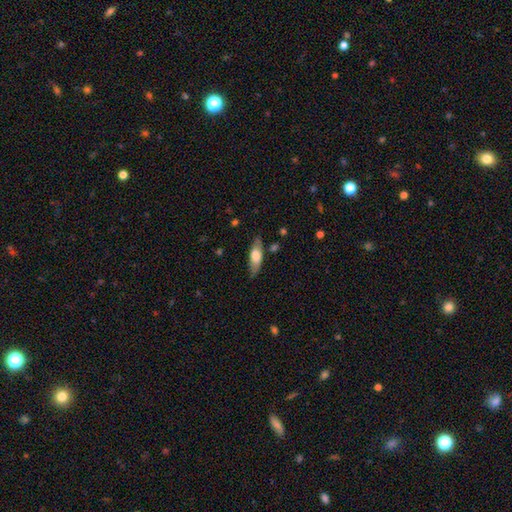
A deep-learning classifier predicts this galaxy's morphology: A smooth galaxy with no disk features (63%) that is in between round and cigar-shaped (60%).

Vote fractions:
- Smooth or featured? smooth: 63% / featured or disk: 31% / star or artifact: 6%
- How rounded? in between: 60% / cigar-shaped: 38% / round: 2%
- Merging? none: 79% / minor disturbance: 15% / major disturbance: 4% / merger: 2%